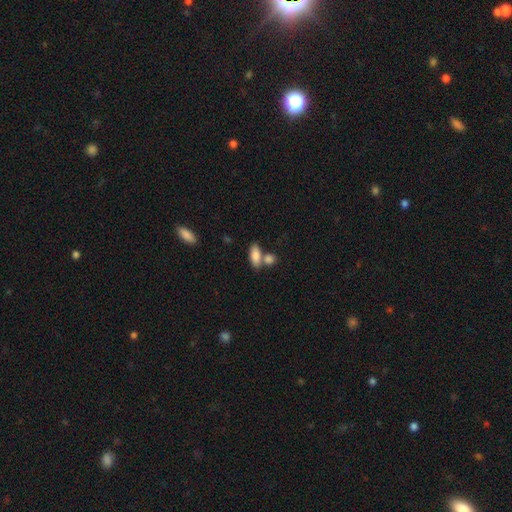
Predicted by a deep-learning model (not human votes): Smooth or featured? Predicted: smooth (p=0.83). How rounded? Predicted: in between (p=0.85). Merging? Predicted: none (p=0.50).